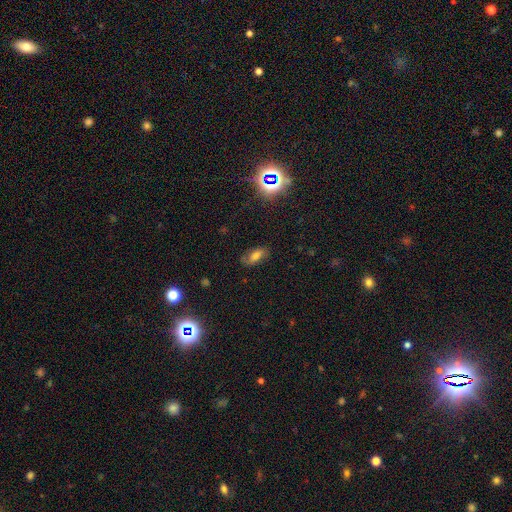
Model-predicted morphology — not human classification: This is possibly a smooth galaxy (55%). How rounded: clearly in between (84%). Merging: likely none (75%).